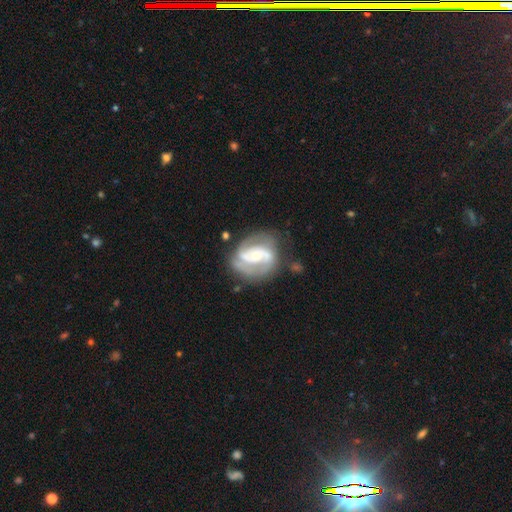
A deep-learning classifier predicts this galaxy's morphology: A featured or disk galaxy (84%) with no bar (47%), 2 (74%) medium (47%) spiral arms (94%) and a small central bulge (48%). Merging: none (66%).